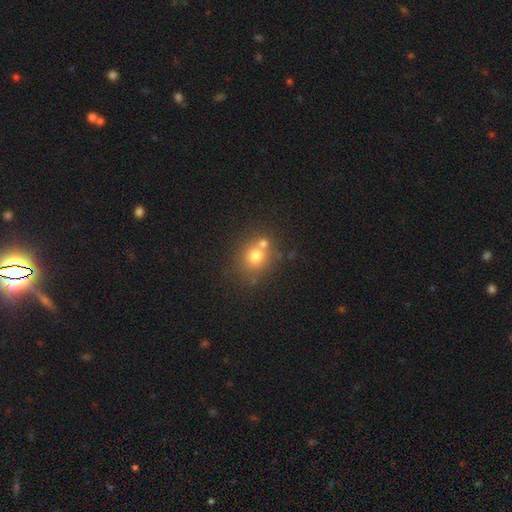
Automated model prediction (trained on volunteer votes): This is likely a smooth galaxy (72%). How rounded: likely round (75%). Merging: possibly none (55%).